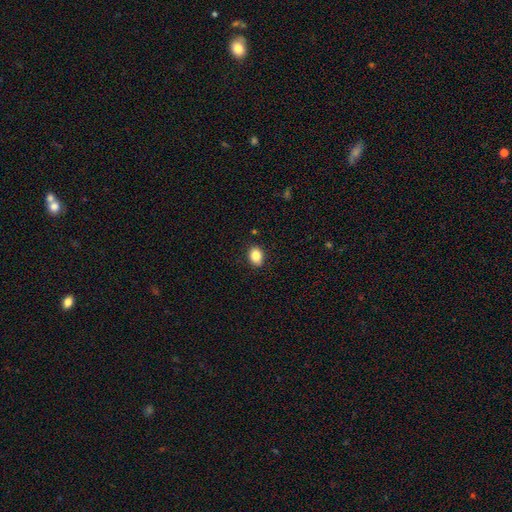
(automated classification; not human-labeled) This is clearly a smooth galaxy (85%). How rounded: likely in between (68%). Merging: clearly none (88%).